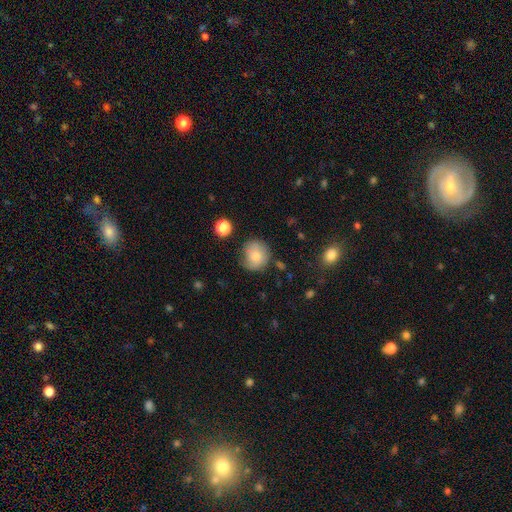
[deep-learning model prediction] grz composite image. It shows a smooth galaxy with no disk features (76%) that is round (84%). Merging: none (64%).